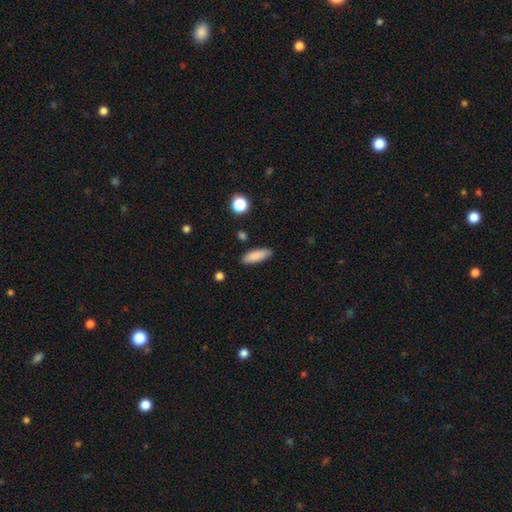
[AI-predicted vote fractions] A smooth galaxy with no disk features (87%) that is in between round and cigar-shaped (58%).

Vote fractions:
- Smooth or featured? smooth: 87% / star or artifact: 7% / featured or disk: 6%
- How rounded? in between: 58% / cigar-shaped: 40% / round: 2%
- Merging? none: 87% / minor disturbance: 9% / major disturbance: 2% / merger: 2%